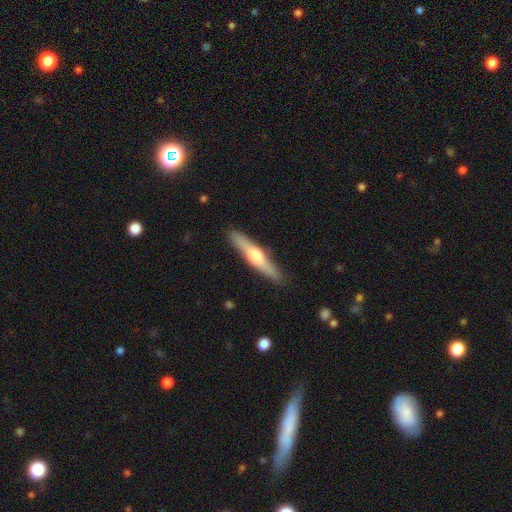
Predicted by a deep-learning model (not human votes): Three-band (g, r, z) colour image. It shows a featured or disk galaxy (57%) viewed edge-on (95%) with a rounded central bulge (90%). Merging: none (89%).